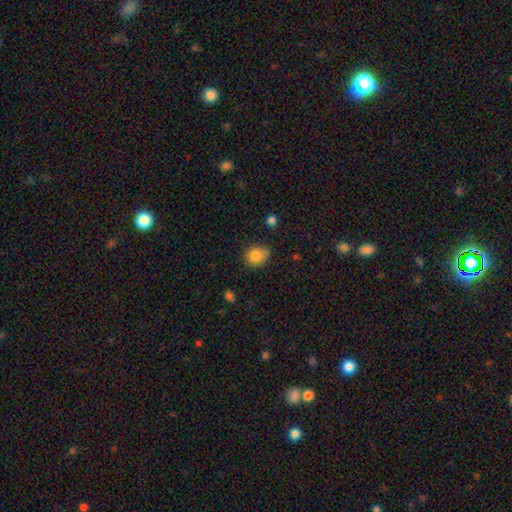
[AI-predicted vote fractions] A smooth galaxy with no disk features (83%) that is round (67%). Merging: none (65%).